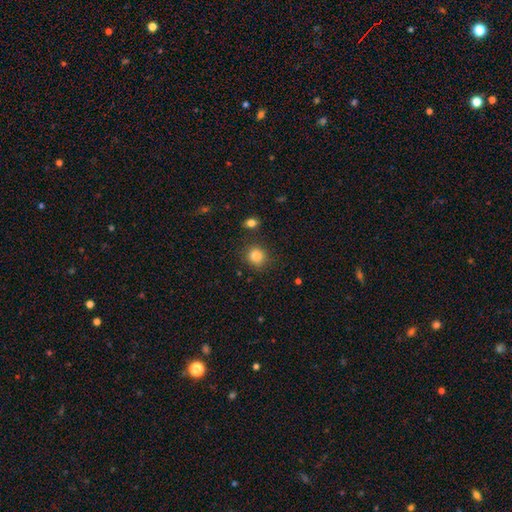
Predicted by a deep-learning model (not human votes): smooth-or-featured: smooth: 86% | star or artifact: 10% | featured or disk: 4%
  how-rounded: round: 80% | in between: 19% | cigar-shaped: 1%
  merging: none: 81% | minor disturbance: 12% | major disturbance: 4% | merger: 4%